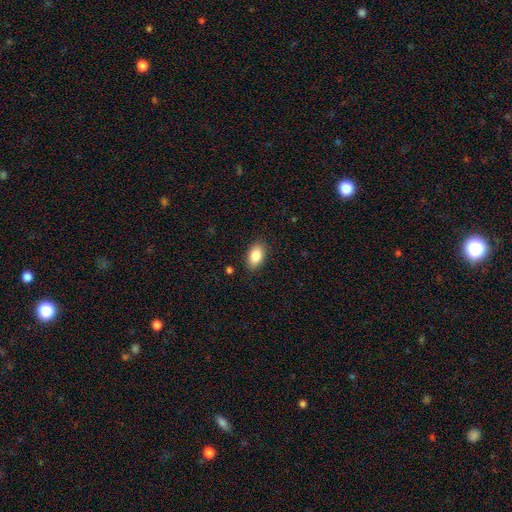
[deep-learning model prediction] smooth-or-featured: smooth: 86% | star or artifact: 7% | featured or disk: 7%
  how-rounded: in between: 91% | round: 6% | cigar-shaped: 2%
  merging: none: 87% | minor disturbance: 9% | major disturbance: 2% | merger: 1%